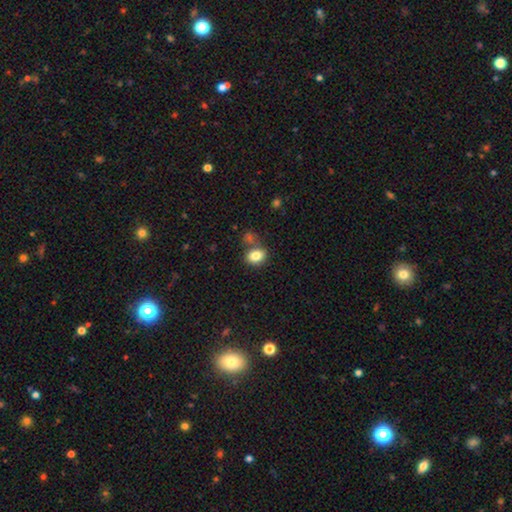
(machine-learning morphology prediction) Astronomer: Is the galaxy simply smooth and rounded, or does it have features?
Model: smooth — 83%.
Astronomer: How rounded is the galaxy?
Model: in between — 67%.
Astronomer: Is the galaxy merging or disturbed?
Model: none — 61%.